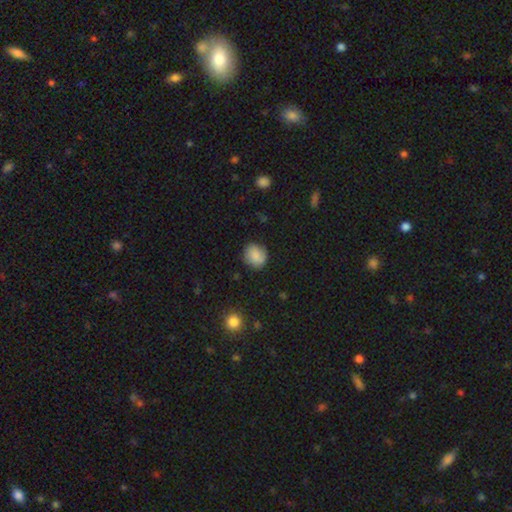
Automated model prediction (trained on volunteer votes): Smooth or featured?
  - smooth: 82% *
  - featured or disk: 10%
  - star or artifact: 8%
How rounded?
  - round: 71% *
  - in between: 28%
  - cigar-shaped: 1%
Merging?
  - none: 80% *
  - minor disturbance: 15%
  - major disturbance: 4%
  - merger: 1%